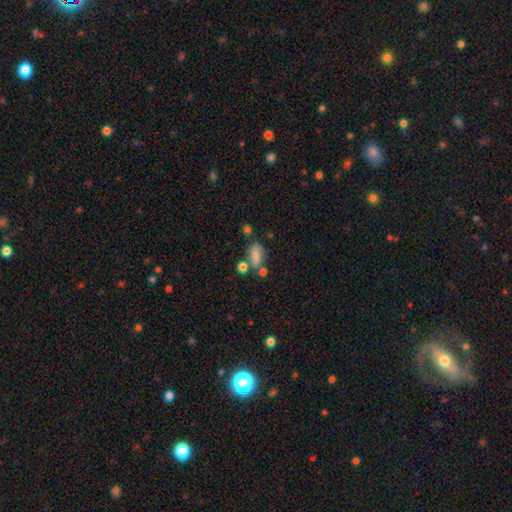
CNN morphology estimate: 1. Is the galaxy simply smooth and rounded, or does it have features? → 73% smooth, 16% featured or disk, 10% star or artifact.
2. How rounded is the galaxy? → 83% in between, 9% cigar-shaped, 8% round.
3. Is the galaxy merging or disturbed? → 52% none, 21% merger, 19% minor disturbance, 8% major disturbance.